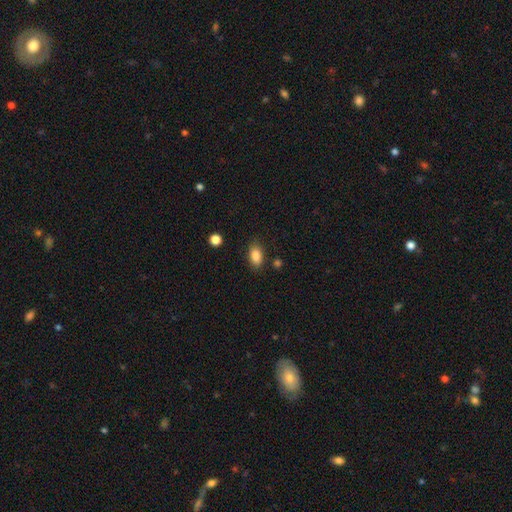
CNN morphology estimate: smooth 86%, star or artifact 9%, featured or disk 5%. Down the decision tree: how rounded — in between (88%); merging — none (82%).